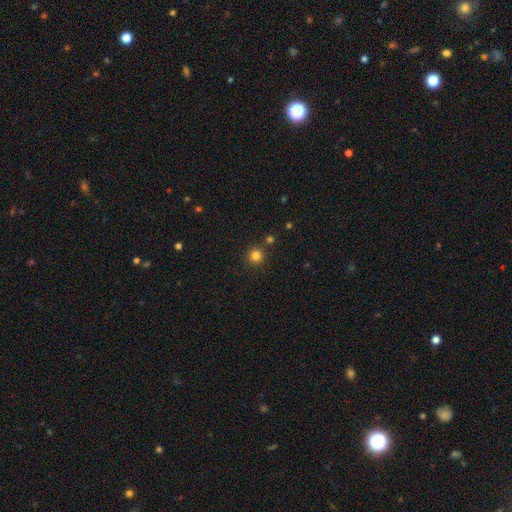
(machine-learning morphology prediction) A smooth galaxy with no disk features (81%) that is round (94%). Merging: none (85%).